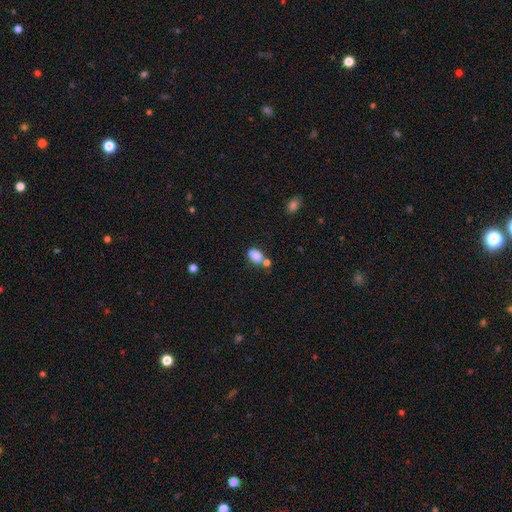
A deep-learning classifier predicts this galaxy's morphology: Smooth or featured: smooth — 85% (star or artifact — 9%)
How rounded: in between — 85% (round — 14%)
Merging: none — 50% (merger — 29%)